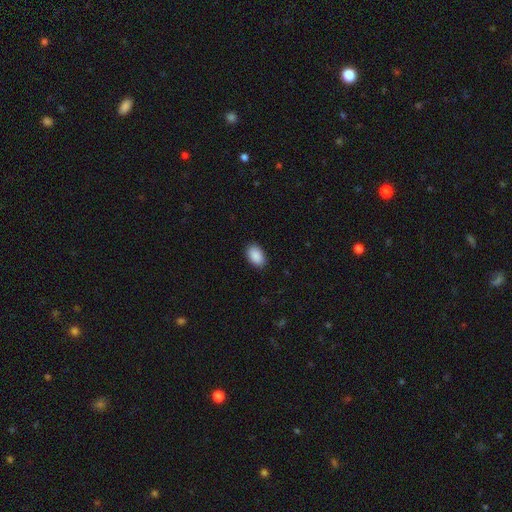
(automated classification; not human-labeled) smooth-or-featured: smooth: 91% | star or artifact: 7% | featured or disk: 3%
  how-rounded: in between: 91% | round: 8% | cigar-shaped: 1%
  merging: none: 88% | minor disturbance: 9% | major disturbance: 2% | merger: 1%